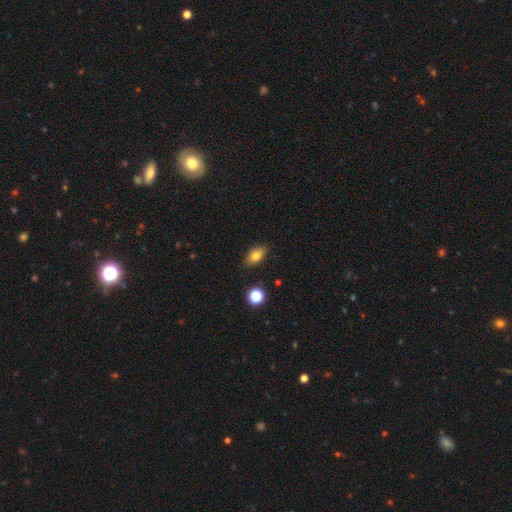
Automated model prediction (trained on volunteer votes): Smooth or featured? smooth (79%)
How rounded? in between (84%)
Merging? none (85%)